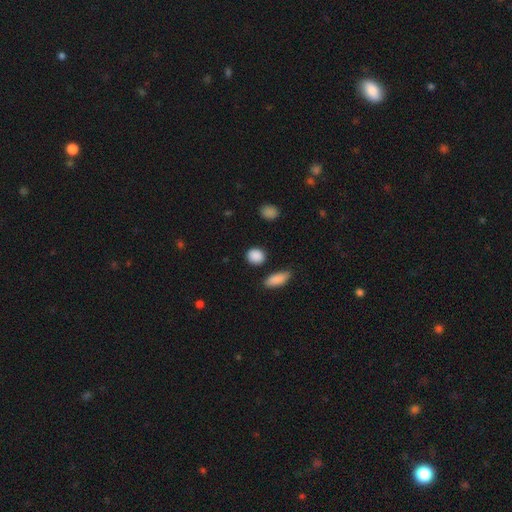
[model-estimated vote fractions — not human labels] smooth-or-featured: smooth: 89% | star or artifact: 8% | featured or disk: 3%
  how-rounded: round: 62% | in between: 35% | cigar-shaped: 3%
  merging: none: 86% | minor disturbance: 9% | merger: 3% | major disturbance: 3%